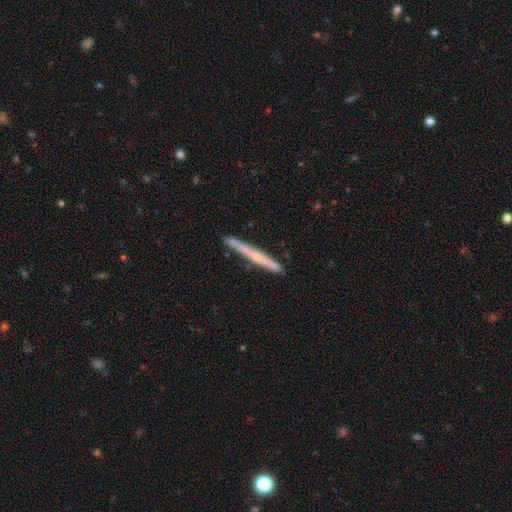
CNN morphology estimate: smooth_or_featured: featured or disk (p=0.53) [alt: smooth p=0.41]
disk_edge_on: yes (p=0.97) [alt: no p=0.03]
edge_on_bulge: none (p=0.62) [alt: rounded p=0.31]
merging: none (p=0.89) [alt: minor disturbance p=0.08]